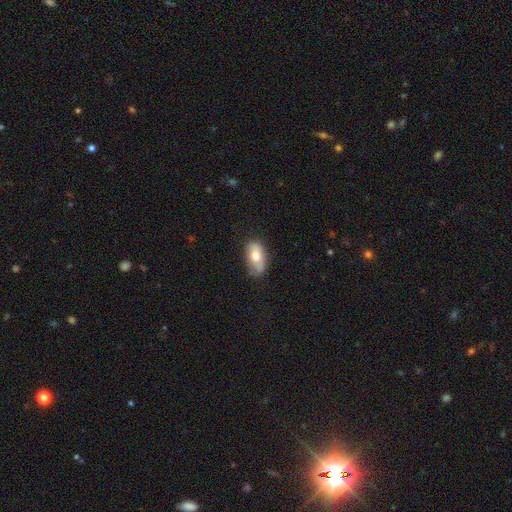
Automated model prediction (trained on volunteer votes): Overall: smooth (68%). How rounded: in between (92%). Merging: none (66%).